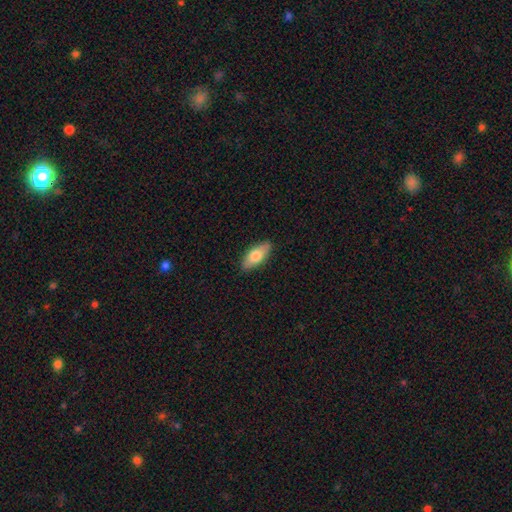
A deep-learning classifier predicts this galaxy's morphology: type=smooth (72%); roundness=in between (81%); merging=none (88%).